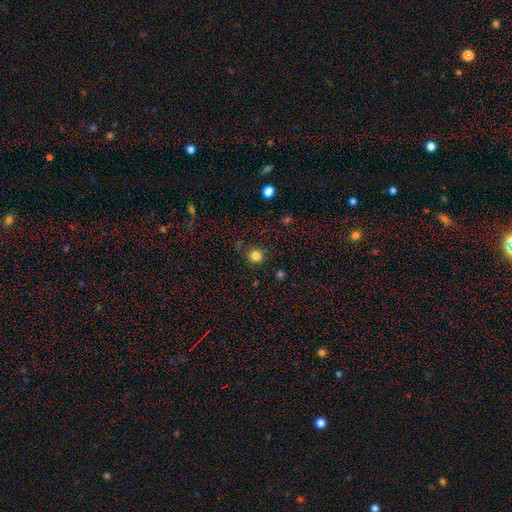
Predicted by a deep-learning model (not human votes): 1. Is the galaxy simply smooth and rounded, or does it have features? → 82% smooth, 13% star or artifact, 5% featured or disk.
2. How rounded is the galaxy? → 91% round, 8% in between, 1% cigar-shaped.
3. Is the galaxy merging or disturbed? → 84% none, 11% minor disturbance, 4% major disturbance, 2% merger.